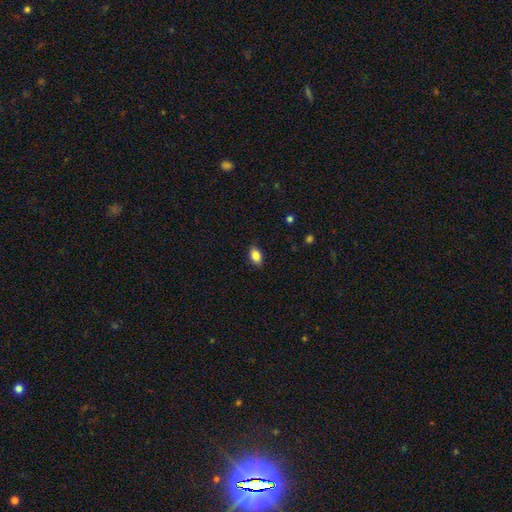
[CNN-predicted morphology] A smooth galaxy with no disk features (85%) that is in between round and cigar-shaped (89%). Merging: none (87%).